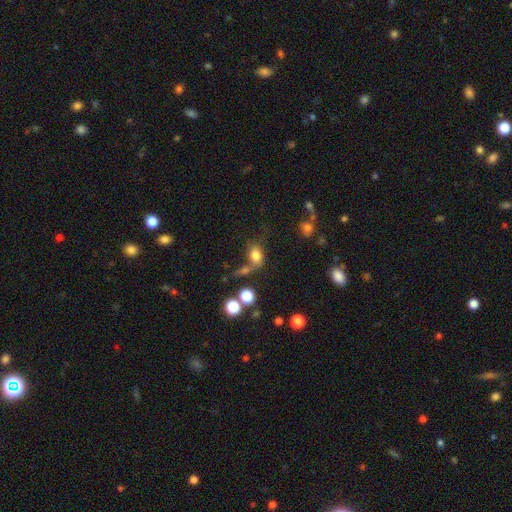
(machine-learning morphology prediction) Smooth or featured? smooth (78%)
How rounded? in between (69%)
Merging? none (41%)